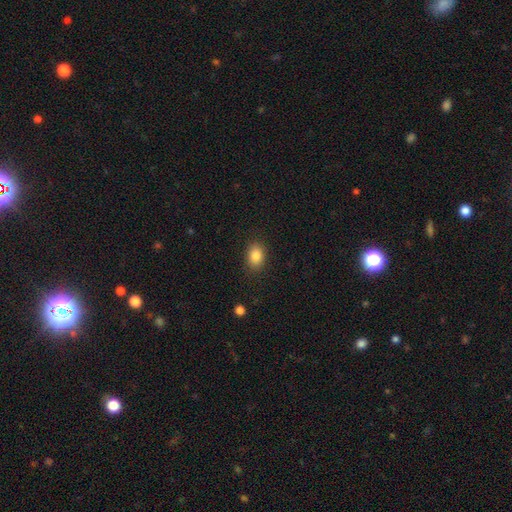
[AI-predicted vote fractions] smooth 84%, star or artifact 9%, featured or disk 6%. Down the decision tree: how rounded — in between (76%); merging — none (87%).